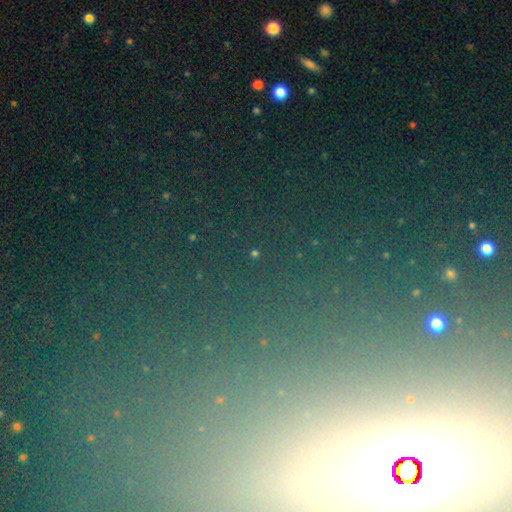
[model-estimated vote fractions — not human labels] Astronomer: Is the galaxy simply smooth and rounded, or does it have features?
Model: star or artifact — 72%.